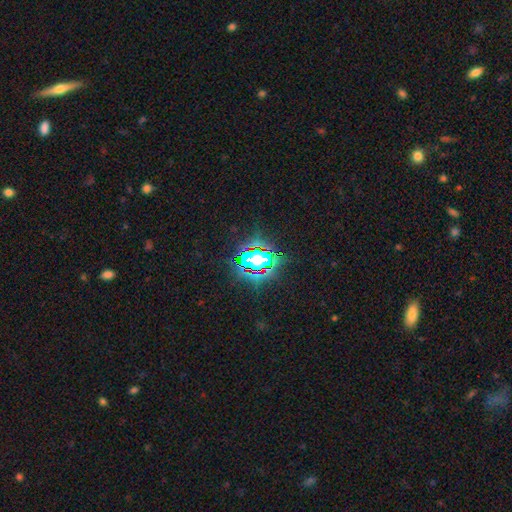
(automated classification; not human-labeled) Smooth or featured? Predicted: star or artifact (p=0.65).